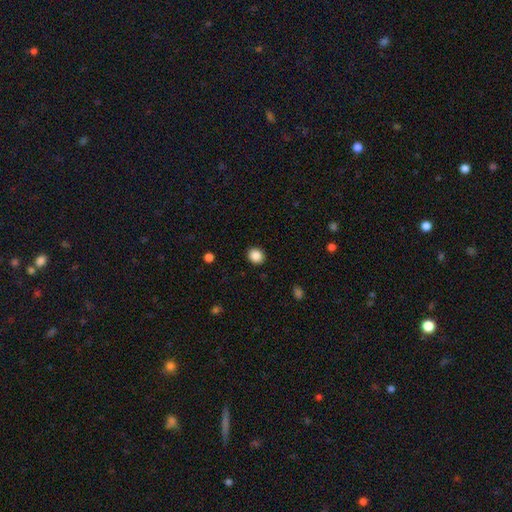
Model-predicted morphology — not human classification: A smooth galaxy with no disk features (88%) that is round (76%). Merging: none (91%).